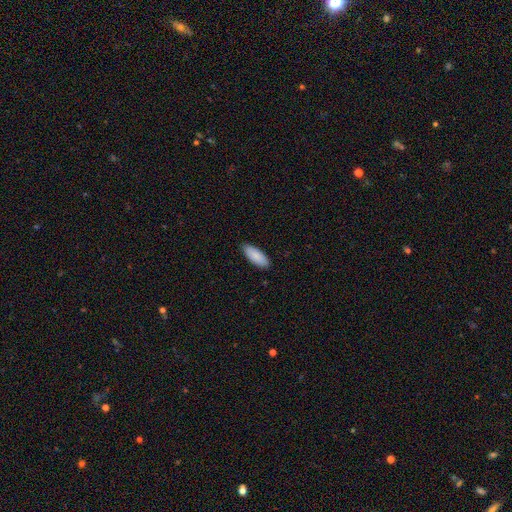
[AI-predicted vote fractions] A smooth galaxy with no disk features (88%) that is in between round and cigar-shaped (81%). Merging: none (89%).